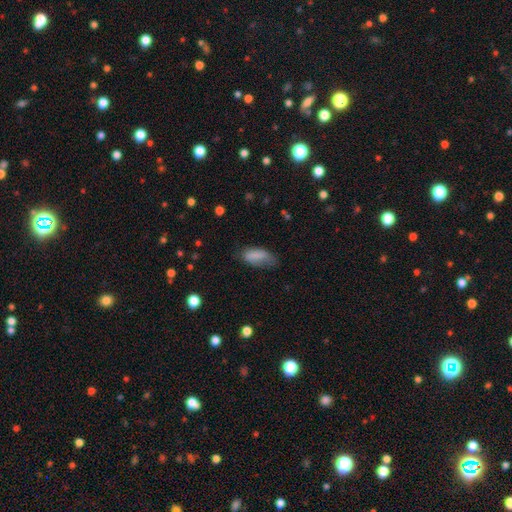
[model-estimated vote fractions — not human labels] Smooth or featured?
  - smooth: 82% *
  - featured or disk: 11%
  - star or artifact: 8%
How rounded?
  - in between: 84% *
  - cigar-shaped: 14%
  - round: 2%
Merging?
  - none: 52% *
  - minor disturbance: 33%
  - major disturbance: 14%
  - merger: 2%